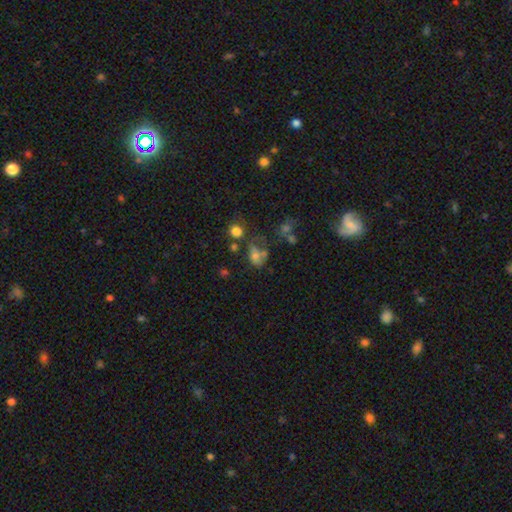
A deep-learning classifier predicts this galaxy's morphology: A smooth galaxy with no disk features (63%) that is in between round and cigar-shaped (61%). Merging: none (31%).